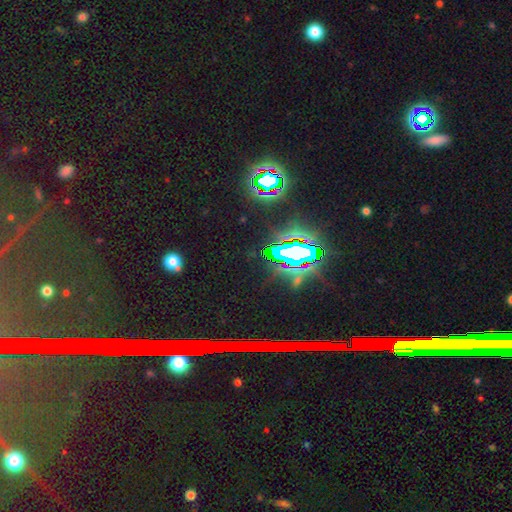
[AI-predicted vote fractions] A star or artifact, not a galaxy (79%).

Vote fractions:
- Smooth or featured? star or artifact: 79% / smooth: 11% / featured or disk: 10%